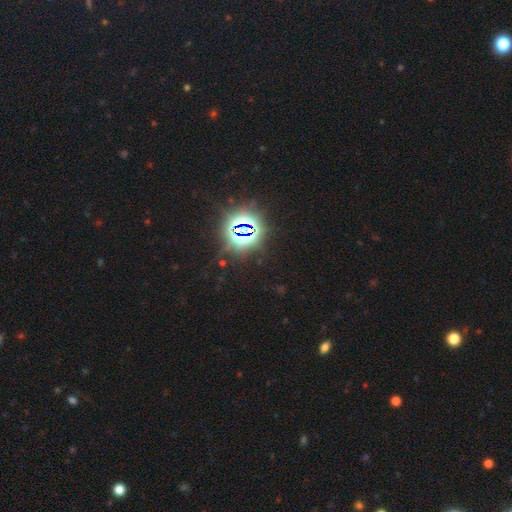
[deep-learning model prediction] The model was most divided on "smooth or featured": star or artifact: 84%, smooth: 12%, featured or disk: 5%.